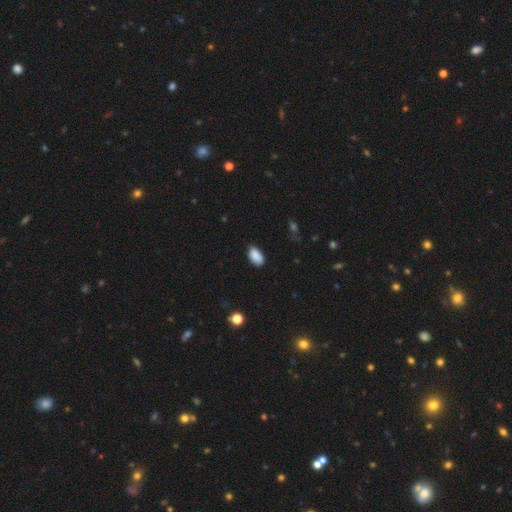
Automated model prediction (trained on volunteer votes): This is clearly a smooth galaxy (89%). How rounded: clearly in between (94%). Merging: clearly none (82%).